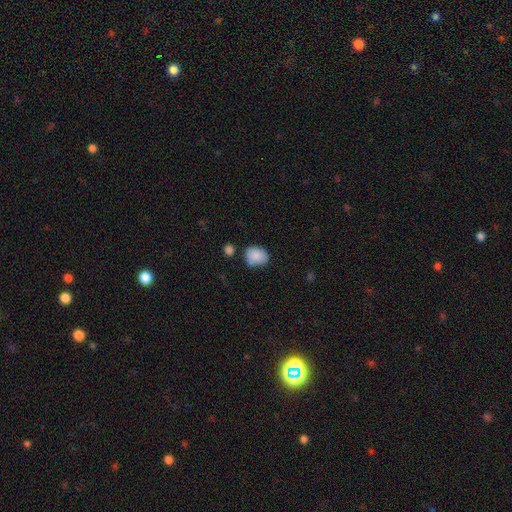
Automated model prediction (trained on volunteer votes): Morphology: type=smooth (86%); roundness=in between (51%); merging=none (62%).